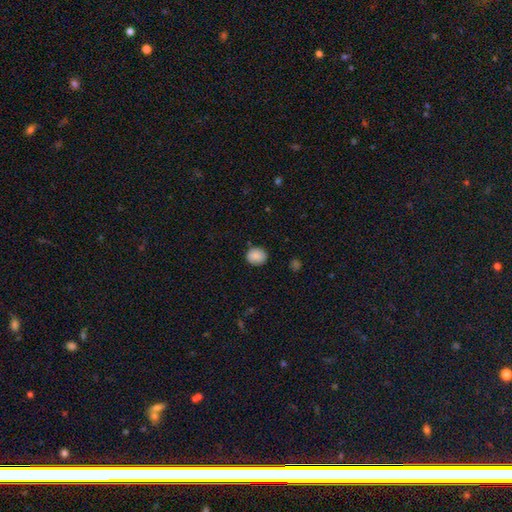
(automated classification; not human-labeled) Overall: smooth (87%). How rounded: round (66%; in between 33%). Merging: none (82%).